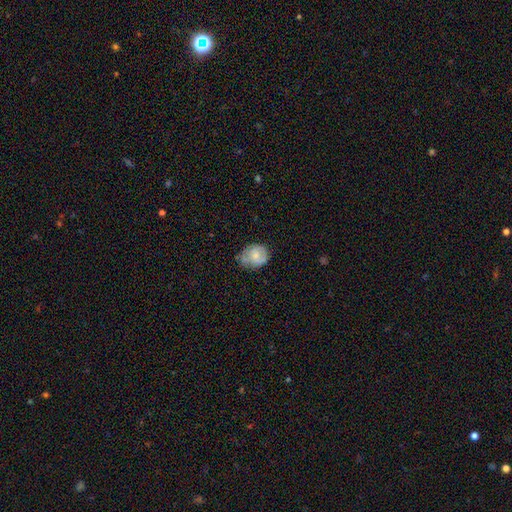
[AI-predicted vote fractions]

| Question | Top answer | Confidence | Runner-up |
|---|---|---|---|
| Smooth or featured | smooth | 63% | featured or disk (30%) |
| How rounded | round | 59% | in between (40%) |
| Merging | none | 57% | minor disturbance (32%) |